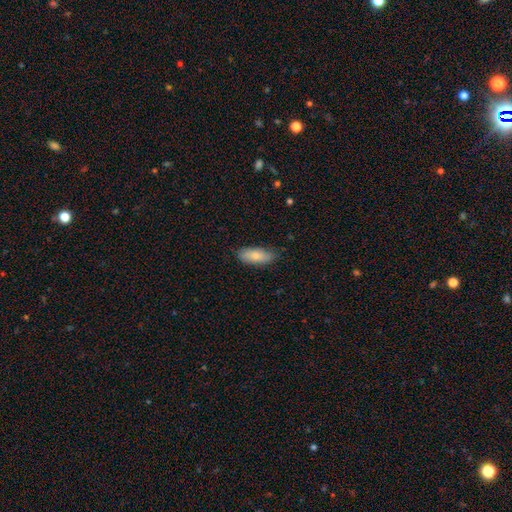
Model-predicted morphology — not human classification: smooth 78%, featured or disk 16%, star or artifact 6%. Down the decision tree: how rounded — in between (79%); merging — none (79%).